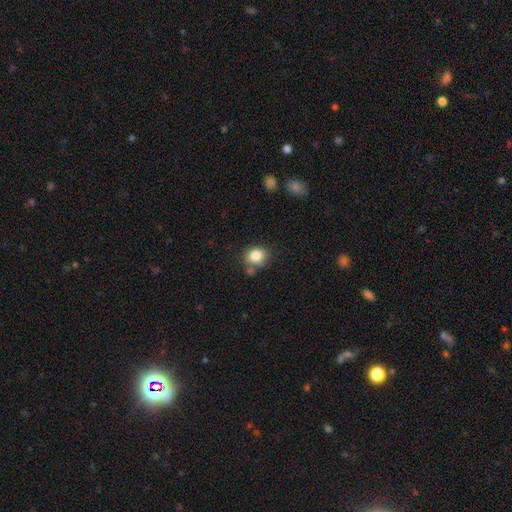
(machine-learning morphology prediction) Smooth or featured? Predicted: smooth (p=0.84). How rounded? Predicted: round (p=0.63). Merging? Predicted: none (p=0.67).